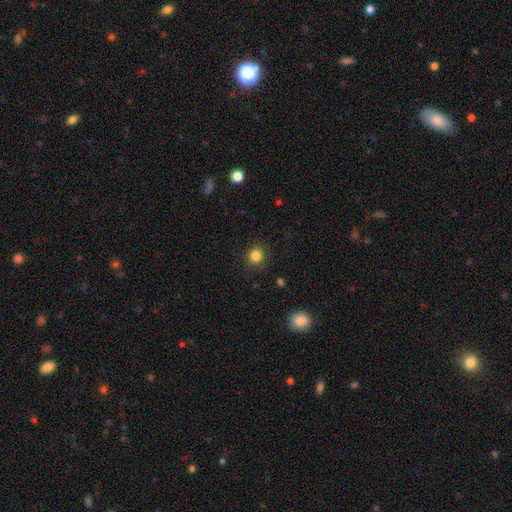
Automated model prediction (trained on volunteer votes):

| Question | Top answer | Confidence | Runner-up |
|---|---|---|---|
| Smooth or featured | smooth | 85% | star or artifact (11%) |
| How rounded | round | 76% | in between (23%) |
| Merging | none | 86% | minor disturbance (10%) |